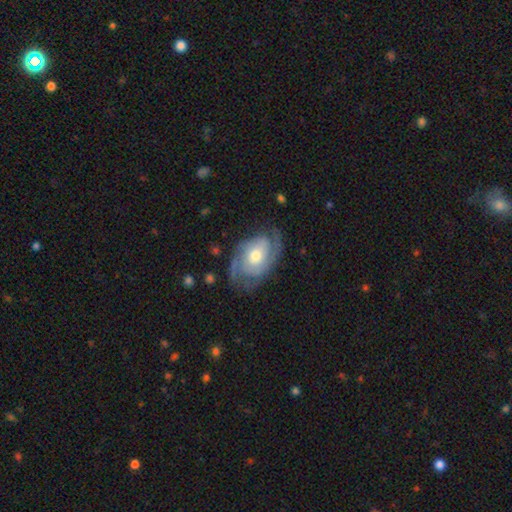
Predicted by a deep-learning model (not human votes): This is clearly a featured or disk galaxy (85%). It is clearly not viewed edge-on (97%). Bar: likely no (71%). Spiral arm pattern: clearly yes (95%). Spiral arm count: possibly 2 (56%). Spiral winding: possibly tight (53%). Central bulge: likely moderate (69%). Merging: likely none (72%).